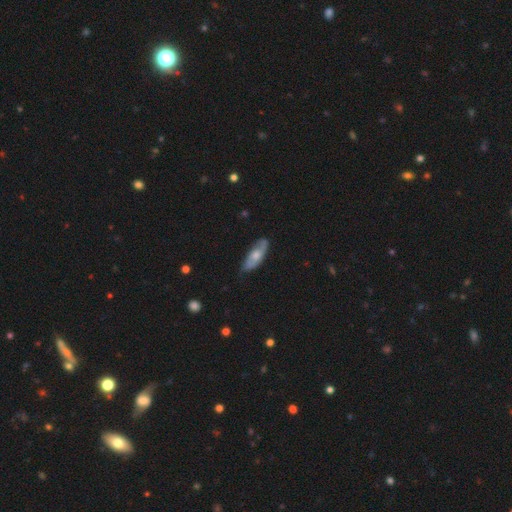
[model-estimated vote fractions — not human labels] Smooth or featured?
  - featured or disk: 47% * (tied)
  - smooth: 47% * (tied)
  - star or artifact: 6%
Merging?
  - none: 75% *
  - minor disturbance: 20%
  - major disturbance: 4%
  - merger: 1%